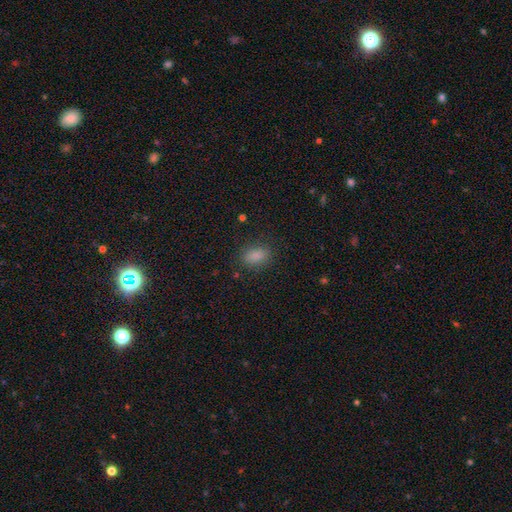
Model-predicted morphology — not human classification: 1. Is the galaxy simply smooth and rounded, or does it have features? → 85% smooth, 10% star or artifact, 5% featured or disk.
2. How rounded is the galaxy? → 85% in between, 11% round, 3% cigar-shaped.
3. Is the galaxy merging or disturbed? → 83% none, 12% minor disturbance, 4% major disturbance, 1% merger.